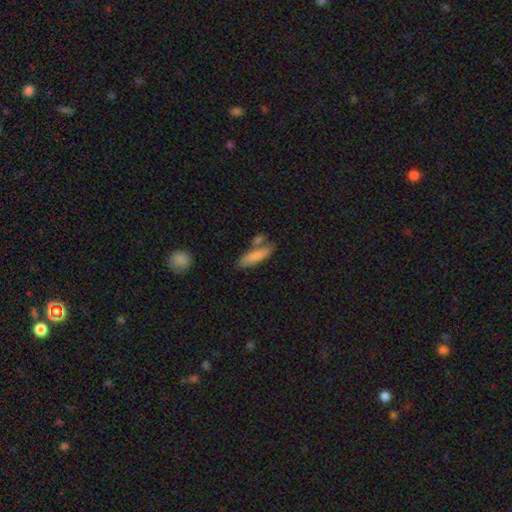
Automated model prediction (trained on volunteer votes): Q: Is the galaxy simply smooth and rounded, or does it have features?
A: smooth — 79%.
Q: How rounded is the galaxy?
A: cigar-shaped — 57%.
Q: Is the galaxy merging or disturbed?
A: none — 57%.